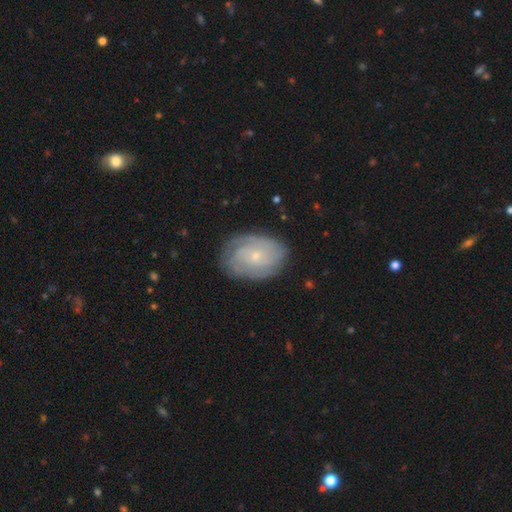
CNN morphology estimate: This is likely a featured or disk galaxy (67%). It is clearly not viewed edge-on (96%). Bar: likely no (78%). Spiral arm pattern: clearly yes (87%). Spiral arm count: possibly can't tell (50%). Spiral winding: likely tight (68%). Central bulge: likely small (77%). Merging: likely none (79%).